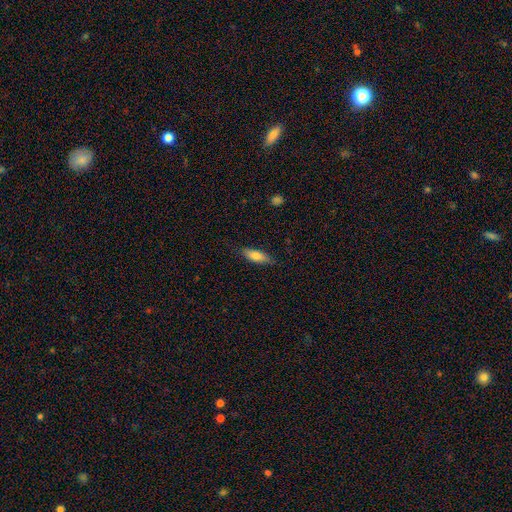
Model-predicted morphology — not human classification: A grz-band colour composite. It shows a smooth galaxy with no disk features (75%) that is in between round and cigar-shaped (58%). Merging: none (83%).